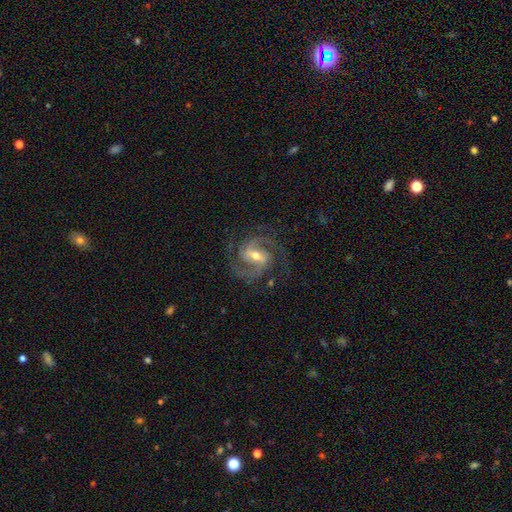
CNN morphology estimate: The model was most divided on "bar": strong: 44%, weak: 42%, no: 13%. More confident: spiral arms — yes (98%); edge-on disk — no (98%); smooth or featured — featured or disk (92%); merging — none (78%); spiral arm count — 2 (76%); spiral winding — medium (60%); bulge size — moderate (56%).